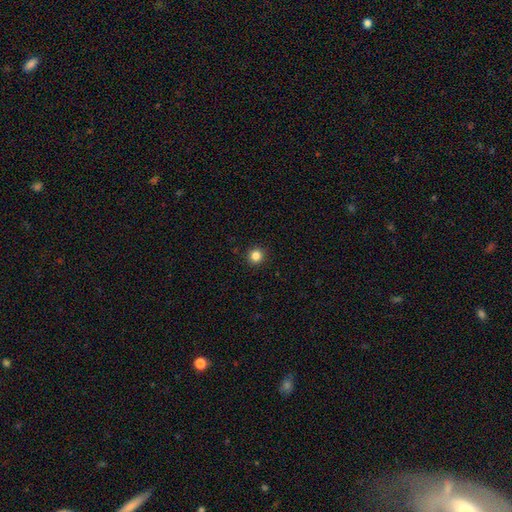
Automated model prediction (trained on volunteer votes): Overall: smooth (84%). How rounded: round (94%). Merging: none (93%).